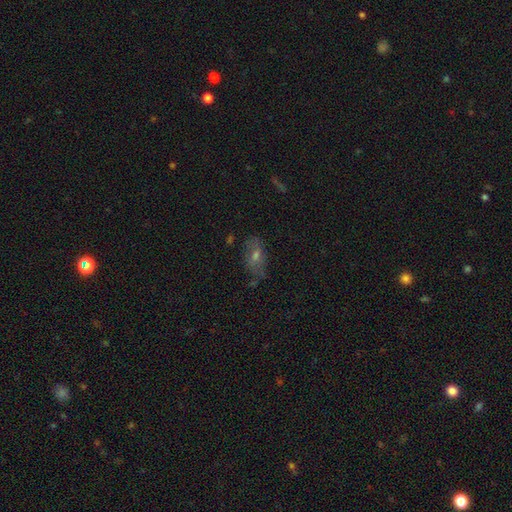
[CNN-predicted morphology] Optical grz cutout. It shows a featured or disk galaxy (41%). Merging: none (65%).